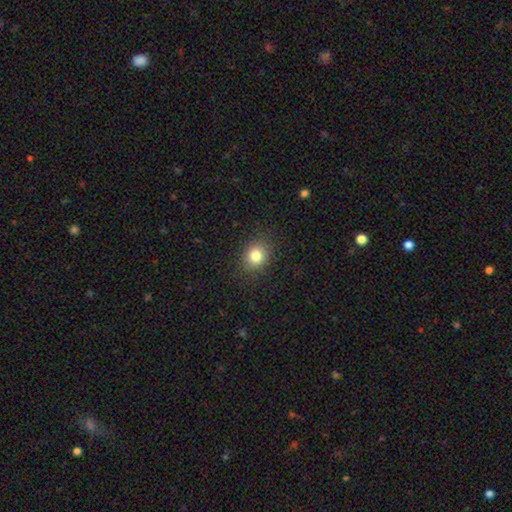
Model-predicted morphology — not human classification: Smooth or featured? Predicted: smooth (p=0.82). How rounded? Predicted: round (p=0.62). Merging? Predicted: none (p=0.87).